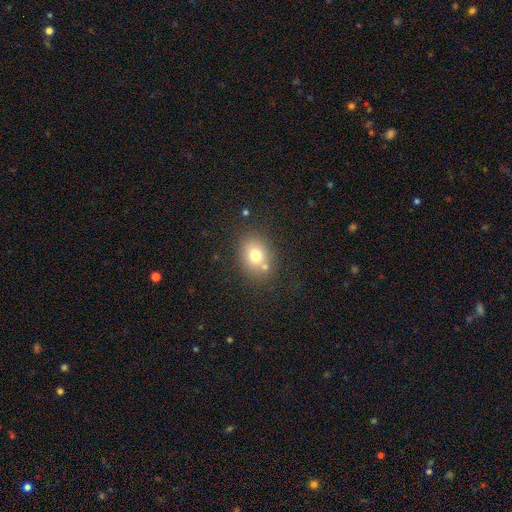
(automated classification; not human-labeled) Smooth or featured? smooth (73%)
How rounded? in between (50%)
Merging? none (71%)